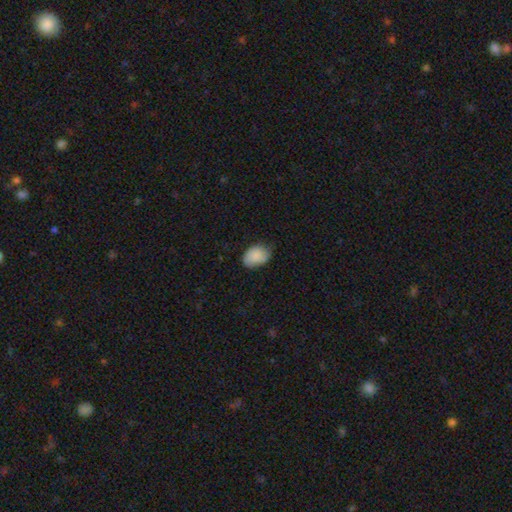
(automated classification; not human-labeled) This is clearly a smooth galaxy (81%). How rounded: likely in between (75%). Merging: likely none (67%).